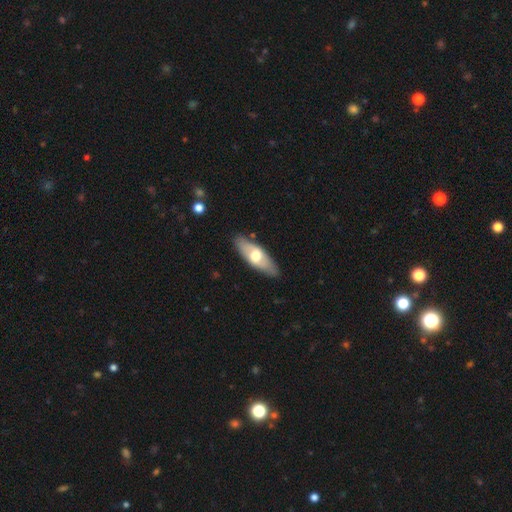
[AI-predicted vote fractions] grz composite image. It shows a smooth galaxy with no disk features (51%) that is in between round and cigar-shaped (68%). Merging: none (85%).